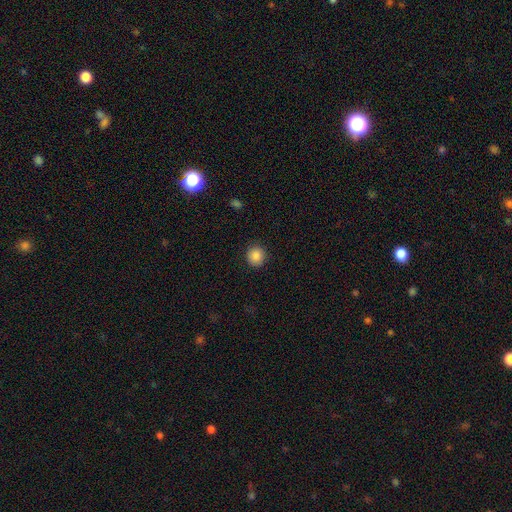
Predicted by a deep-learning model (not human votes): A smooth galaxy with no disk features (86%) that is round (91%). Merging: none (91%).